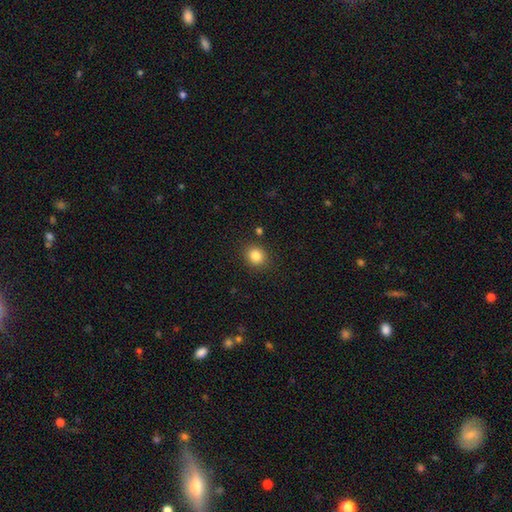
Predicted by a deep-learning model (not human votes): The model was most divided on "how rounded": round: 74%, in between: 26%, cigar-shaped: 1%. More confident: merging — none (87%); smooth or featured — smooth (85%).